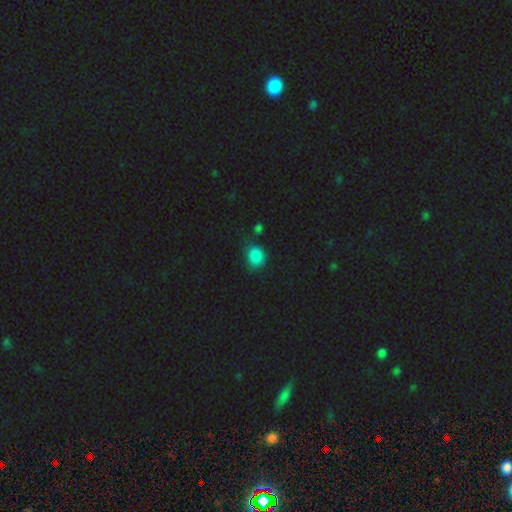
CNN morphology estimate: This appears to be a smooth galaxy with no disk features (82%) that is round (67%). Merging: none (69%).